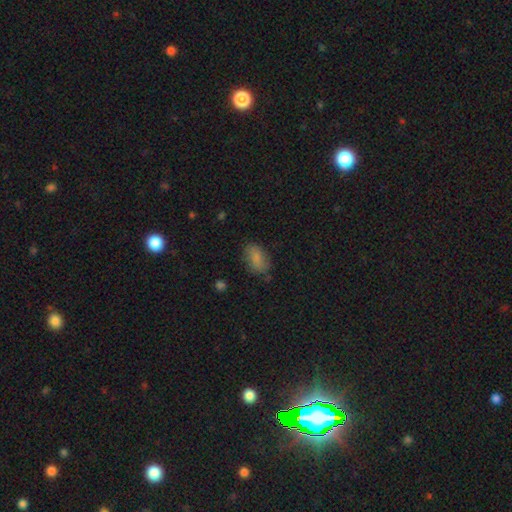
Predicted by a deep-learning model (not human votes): Overall: smooth (78%). How rounded: in between (89%). Merging: none (77%).